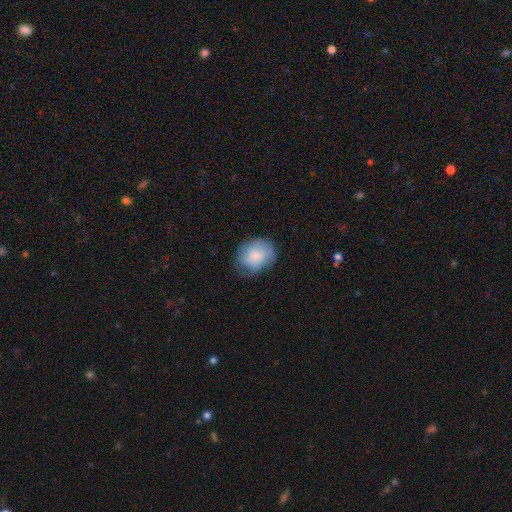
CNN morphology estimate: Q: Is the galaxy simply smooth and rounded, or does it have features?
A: smooth — 71%.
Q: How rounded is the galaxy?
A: in between — 50%.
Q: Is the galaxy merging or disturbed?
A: none — 55%.